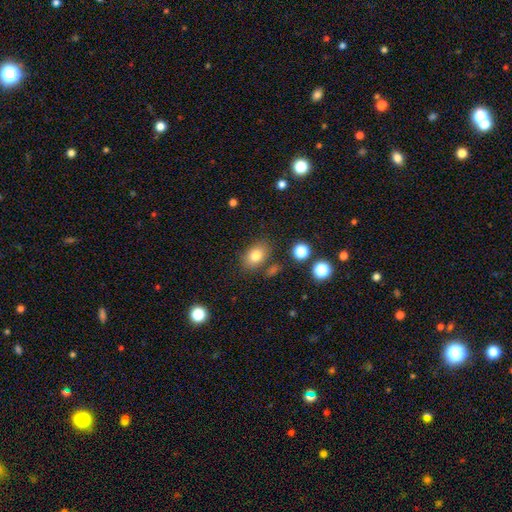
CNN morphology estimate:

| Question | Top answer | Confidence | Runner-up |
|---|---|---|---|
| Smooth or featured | smooth | 79% | star or artifact (11%) |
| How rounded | in between | 78% | round (20%) |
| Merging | none | 78% | minor disturbance (13%) |